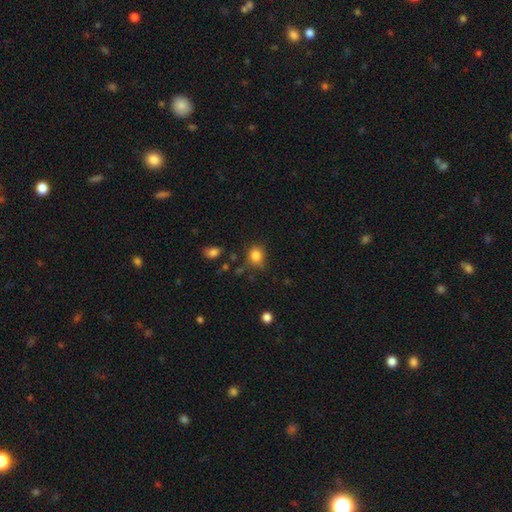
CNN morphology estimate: smooth_or_featured: smooth (p=0.83) [alt: star or artifact p=0.11]
how_rounded: round (p=0.73) [alt: in between p=0.26]
merging: none (p=0.72) [alt: minor disturbance p=0.19]